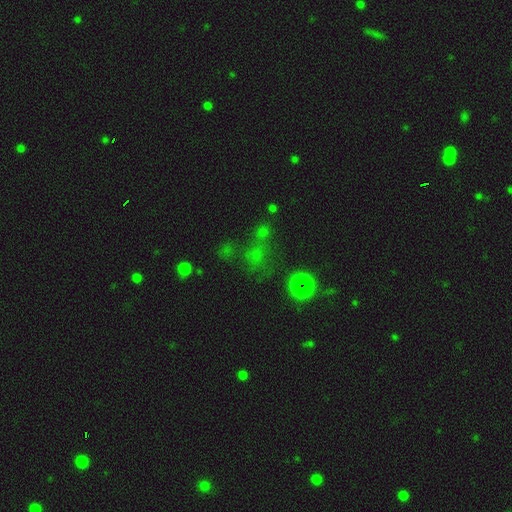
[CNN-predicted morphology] Smooth or featured? Predicted: star or artifact (p=0.52).